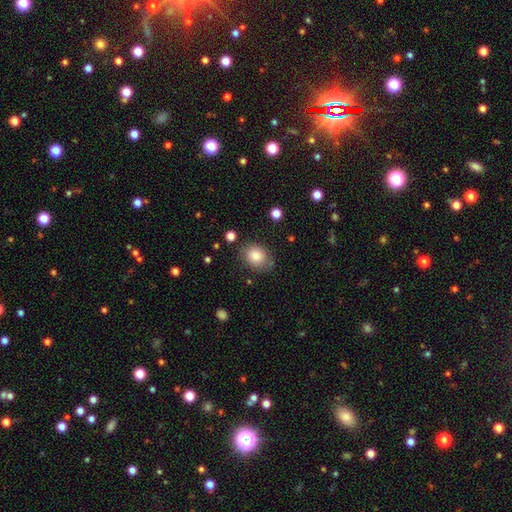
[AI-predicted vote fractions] Q: Smooth or featured?
A: smooth (81%); runner-up: featured or disk (10%)
Q: How rounded?
A: in between (51%); runner-up: round (49%)
Q: Merging?
A: none (74%); runner-up: minor disturbance (18%)